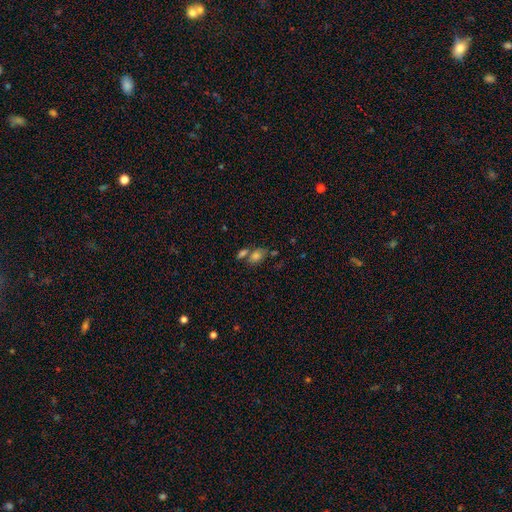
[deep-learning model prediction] Overall: smooth (72%). How rounded: in between (80%). Merging: none (45%; merger 33%).